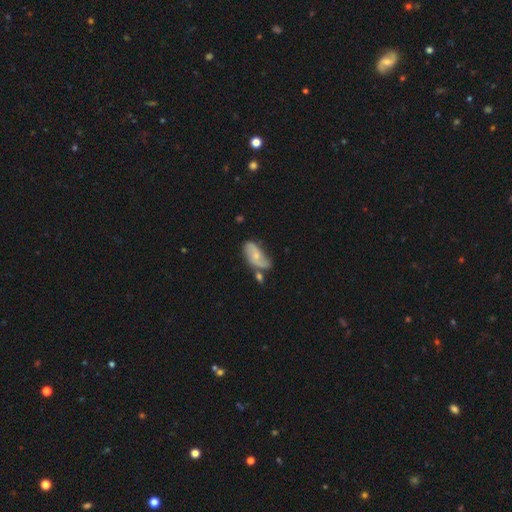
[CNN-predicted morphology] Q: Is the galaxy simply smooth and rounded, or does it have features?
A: featured or disk — 54%.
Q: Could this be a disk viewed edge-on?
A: no — 93%.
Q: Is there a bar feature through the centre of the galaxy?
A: no — 64%.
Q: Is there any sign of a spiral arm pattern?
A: yes — 81%.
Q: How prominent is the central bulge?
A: small — 58%.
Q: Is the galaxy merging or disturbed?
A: none — 44%.